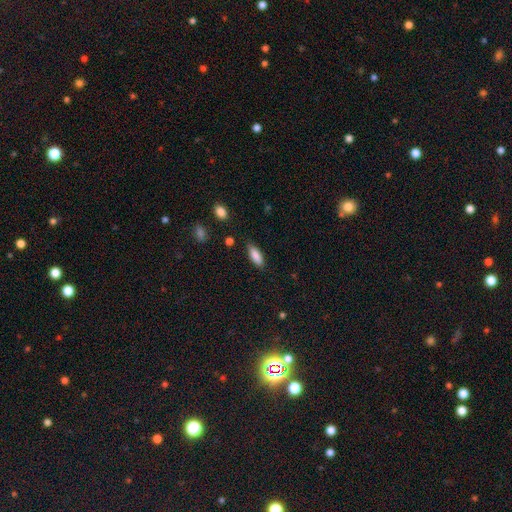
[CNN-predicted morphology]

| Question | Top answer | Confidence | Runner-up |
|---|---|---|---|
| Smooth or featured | smooth | 87% | star or artifact (7%) |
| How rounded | in between | 71% | cigar-shaped (28%) |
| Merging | none | 82% | minor disturbance (14%) |